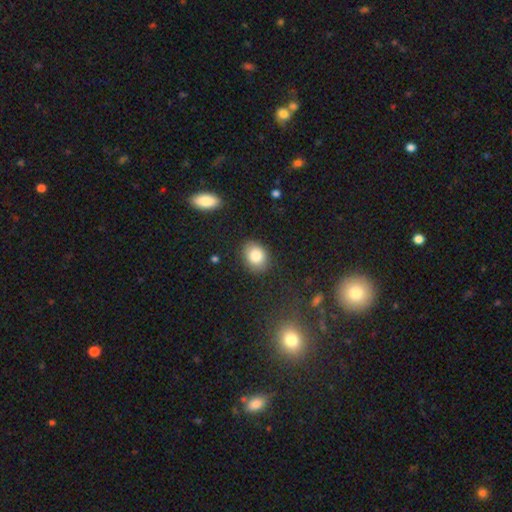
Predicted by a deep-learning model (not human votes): Smooth or featured: smooth — 83% (star or artifact — 9%)
How rounded: in between — 56% (round — 43%)
Merging: none — 84% (minor disturbance — 12%)